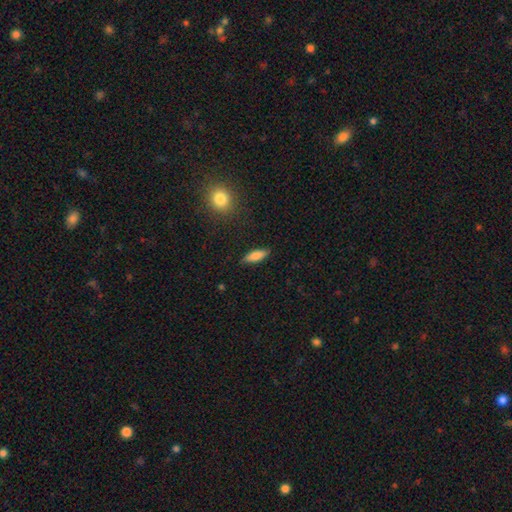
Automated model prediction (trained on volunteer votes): Smooth or featured?
  - smooth: 80% *
  - featured or disk: 13%
  - star or artifact: 7%
How rounded?
  - in between: 57% *
  - cigar-shaped: 41%
  - round: 2%
Merging?
  - none: 86% *
  - minor disturbance: 10%
  - major disturbance: 2%
  - merger: 1%